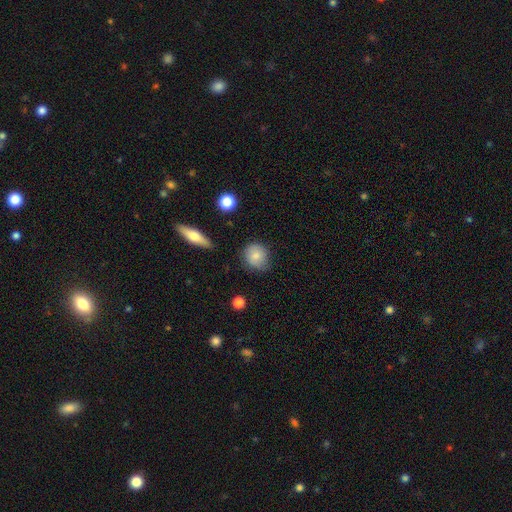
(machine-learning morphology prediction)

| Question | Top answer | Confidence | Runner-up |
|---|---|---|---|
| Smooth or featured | smooth | 80% | featured or disk (12%) |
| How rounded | round | 80% | in between (19%) |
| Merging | none | 72% | minor disturbance (22%) |